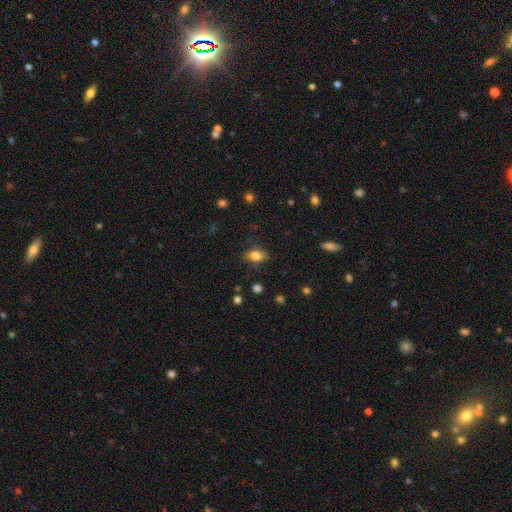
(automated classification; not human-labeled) The model was most divided on "how rounded": in between: 80%, round: 15%, cigar-shaped: 4%. More confident: merging — none (81%); smooth or featured — smooth (78%).